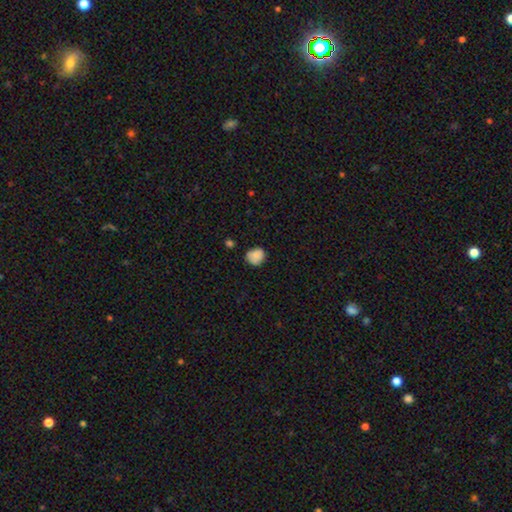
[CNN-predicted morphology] smooth 85%, star or artifact 9%, featured or disk 6%. Down the decision tree: how rounded — round (69%); merging — none (67%).